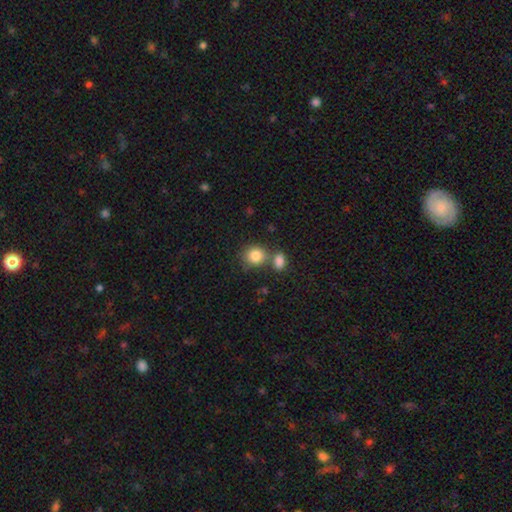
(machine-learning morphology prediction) Smooth or featured? Predicted: smooth (p=0.84). How rounded? Predicted: round (p=0.76). Merging? Predicted: none (p=0.55).